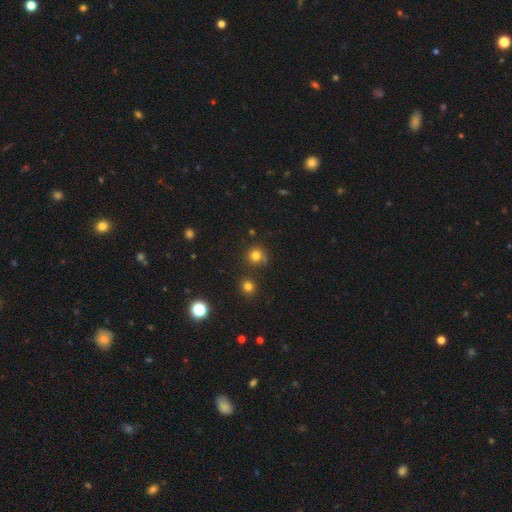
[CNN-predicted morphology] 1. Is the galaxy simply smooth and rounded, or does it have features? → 78% smooth, 16% star or artifact, 6% featured or disk.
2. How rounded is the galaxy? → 92% round, 7% in between, 1% cigar-shaped.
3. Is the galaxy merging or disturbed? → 75% none, 11% minor disturbance, 10% merger, 4% major disturbance.